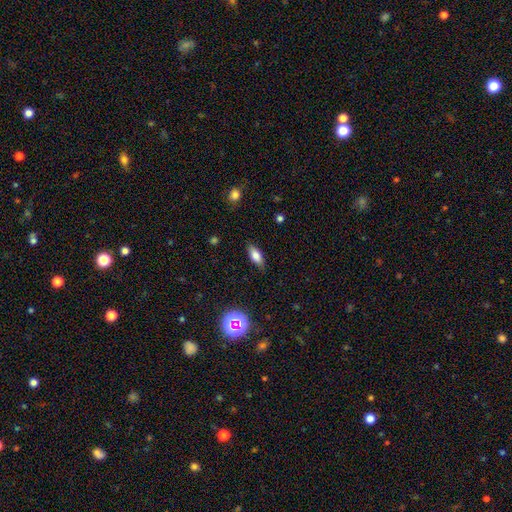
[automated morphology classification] Q: Smooth or featured?
A: smooth (74%); runner-up: featured or disk (16%)
Q: How rounded?
A: in between (79%); runner-up: cigar-shaped (16%)
Q: Merging?
A: none (85%); runner-up: minor disturbance (11%)